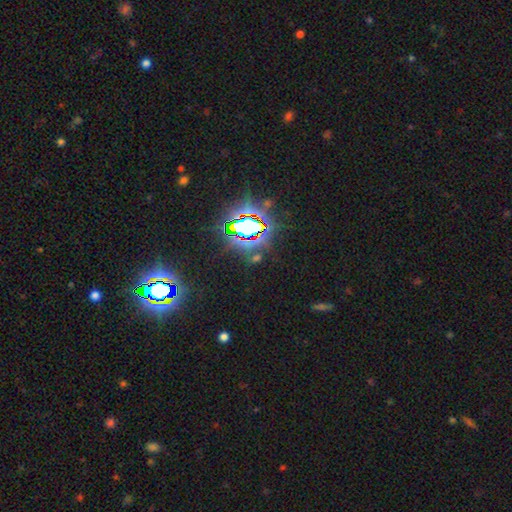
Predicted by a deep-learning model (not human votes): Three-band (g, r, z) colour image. It shows a star or artifact, not a galaxy (80%).